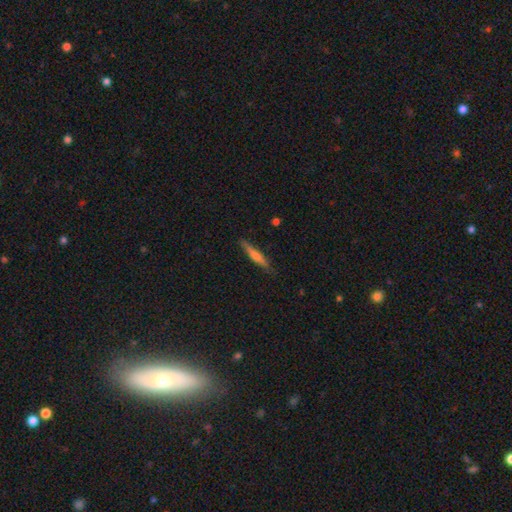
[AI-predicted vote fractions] Overall: smooth (59%; featured or disk 35%). How rounded: cigar-shaped (91%). Merging: none (84%).